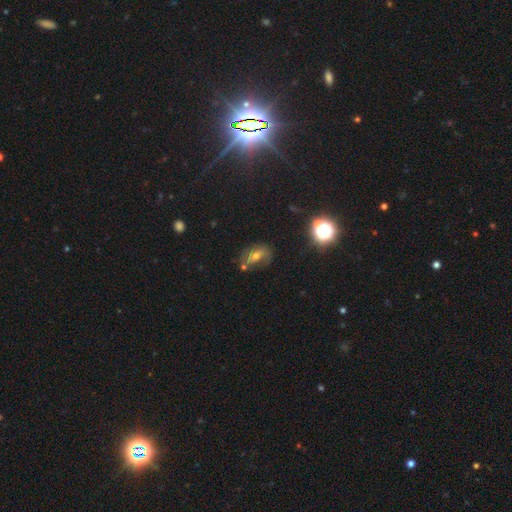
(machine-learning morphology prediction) Smooth or featured? Predicted: smooth (p=0.39). Merging? Predicted: none (p=0.54).